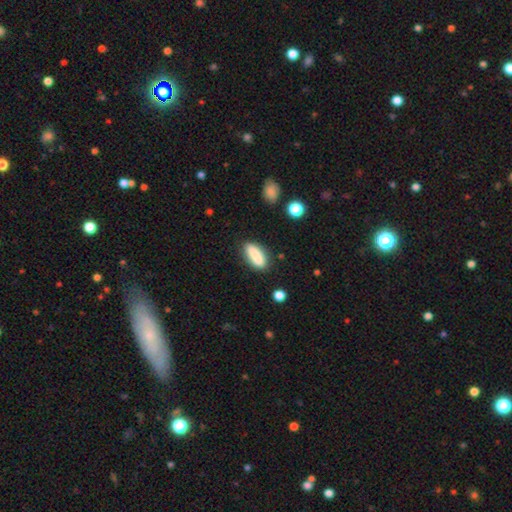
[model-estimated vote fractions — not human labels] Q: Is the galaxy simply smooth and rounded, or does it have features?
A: smooth — 82%.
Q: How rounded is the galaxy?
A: in between — 63%.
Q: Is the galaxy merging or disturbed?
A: none — 78%.